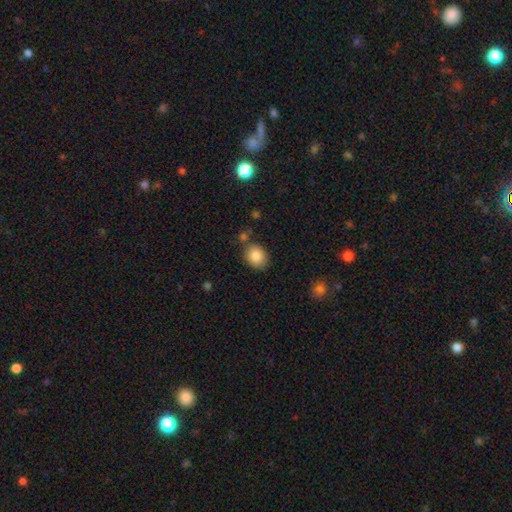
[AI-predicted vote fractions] smooth_or_featured: smooth (p=0.86) [alt: star or artifact p=0.08]
how_rounded: round (p=0.52) [alt: in between p=0.47]
merging: none (p=0.76) [alt: minor disturbance p=0.13]